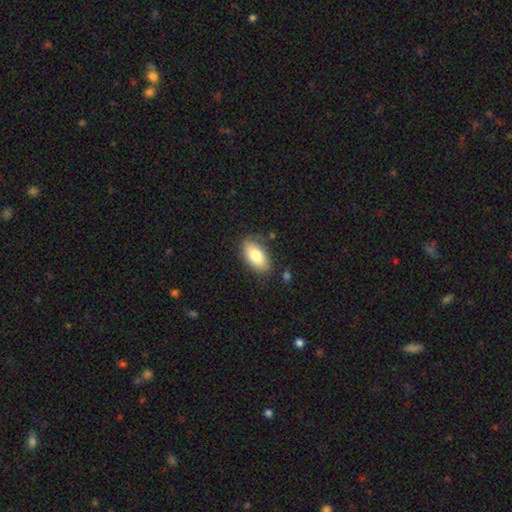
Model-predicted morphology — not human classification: A smooth galaxy with no disk features (80%) that is in between round and cigar-shaped (92%). Merging: none (83%).